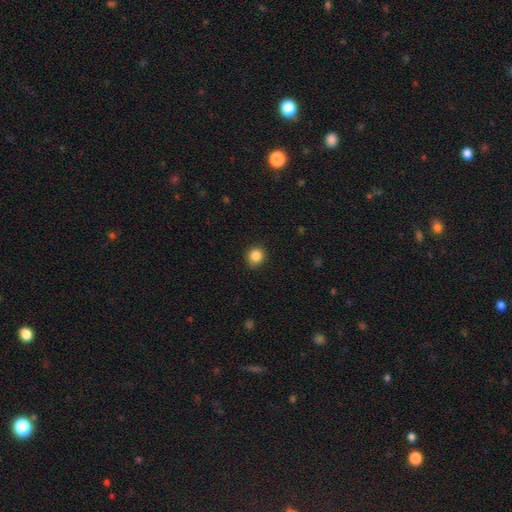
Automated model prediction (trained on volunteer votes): This appears to be a smooth galaxy with no disk features (85%) that is round (86%). Merging: none (88%).